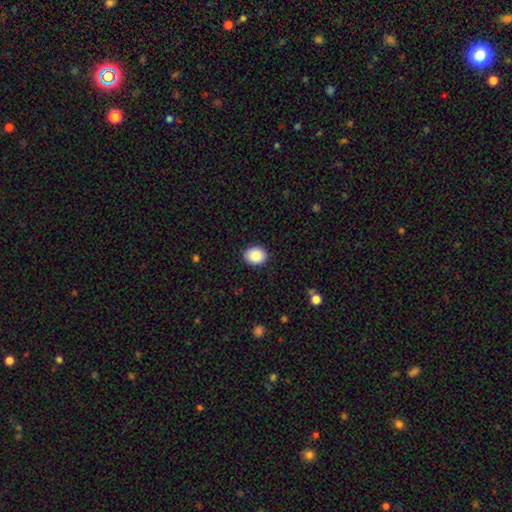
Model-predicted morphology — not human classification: This is clearly a smooth galaxy (88%). How rounded: possibly round (52%). Merging: clearly none (90%).